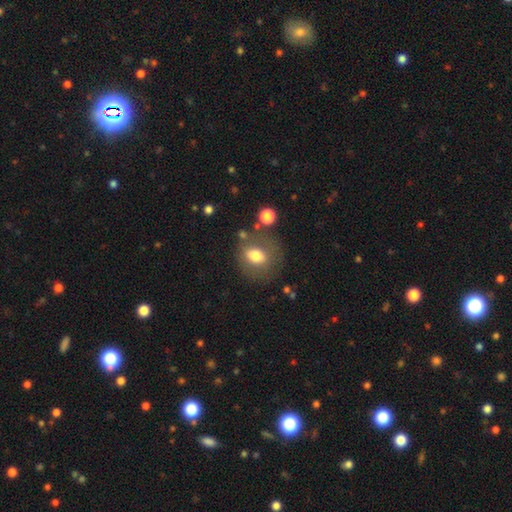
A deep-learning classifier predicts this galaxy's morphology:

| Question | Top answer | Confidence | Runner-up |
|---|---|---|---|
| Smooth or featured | smooth | 70% | featured or disk (20%) |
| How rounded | in between | 50% | round (48%) |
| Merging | none | 68% | minor disturbance (16%) |